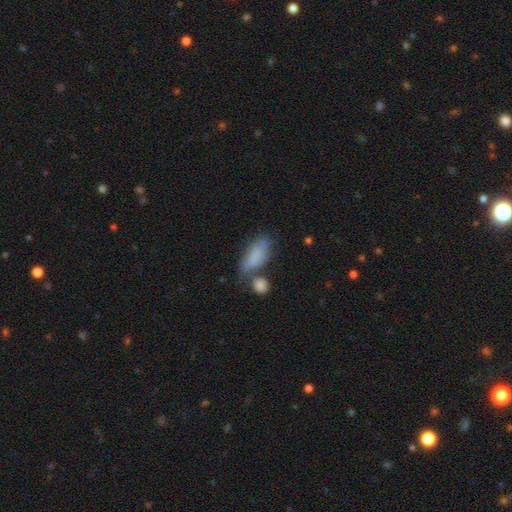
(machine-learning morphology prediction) smooth 77%, featured or disk 16%, star or artifact 8%. Down the decision tree: how rounded — in between (81%); merging — none (41%).